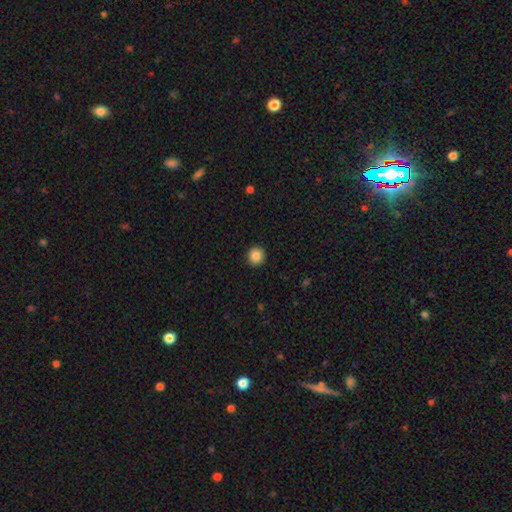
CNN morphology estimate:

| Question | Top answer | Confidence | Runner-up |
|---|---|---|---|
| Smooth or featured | smooth | 86% | star or artifact (10%) |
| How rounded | round | 92% | in between (7%) |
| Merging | none | 92% | minor disturbance (5%) |